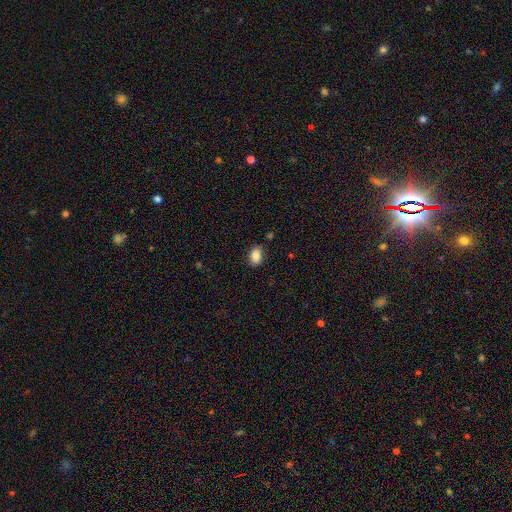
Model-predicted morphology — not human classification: Smooth or featured? smooth (85%)
How rounded? in between (86%)
Merging? none (82%)